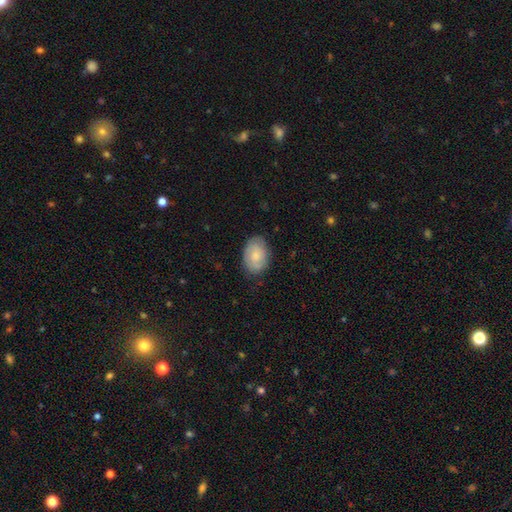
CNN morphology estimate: type=smooth (70%); roundness=in between (84%); merging=none (79%).